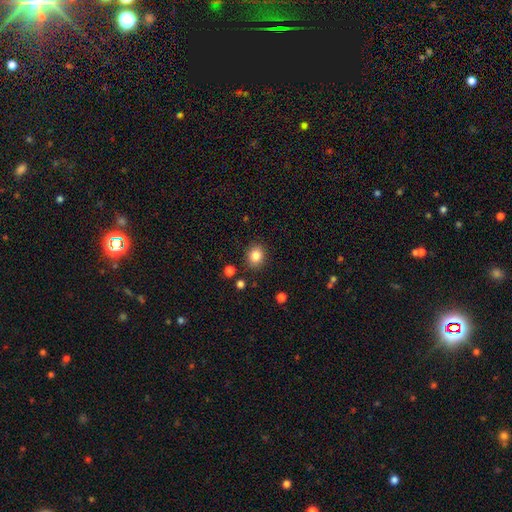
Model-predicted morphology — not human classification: smooth 84%, star or artifact 10%, featured or disk 6%. Down the decision tree: how rounded — round (62%); merging — none (86%).